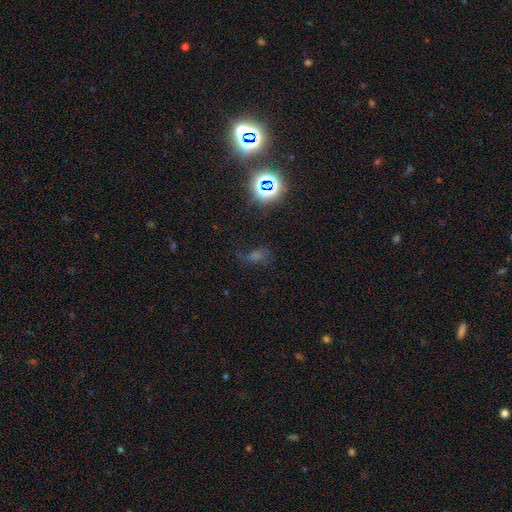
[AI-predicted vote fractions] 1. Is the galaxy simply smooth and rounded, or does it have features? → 48% star or artifact, 28% smooth, 24% featured or disk.